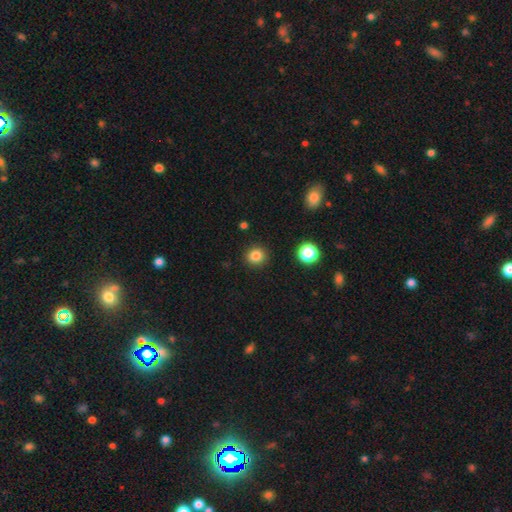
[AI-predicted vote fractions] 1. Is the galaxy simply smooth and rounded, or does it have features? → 83% smooth, 12% star or artifact, 5% featured or disk.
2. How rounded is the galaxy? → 88% round, 11% in between, 1% cigar-shaped.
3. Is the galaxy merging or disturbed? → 91% none, 6% minor disturbance, 2% major disturbance, 1% merger.